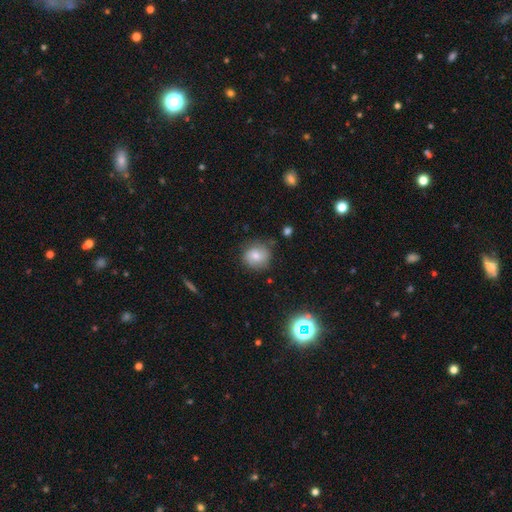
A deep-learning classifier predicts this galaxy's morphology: Smooth or featured: smooth — 72% (featured or disk — 18%)
How rounded: round — 85% (in between — 14%)
Merging: none — 71% (minor disturbance — 21%)